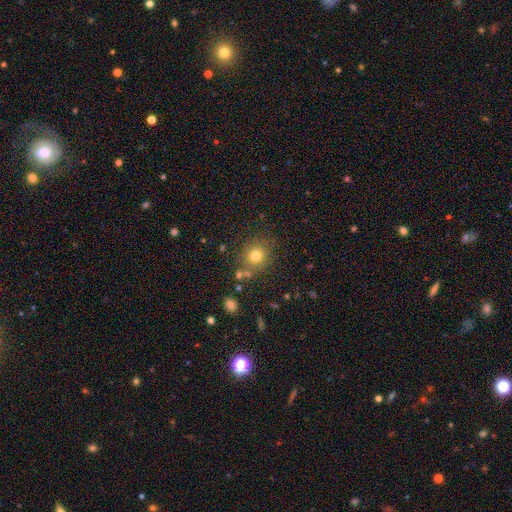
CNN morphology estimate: smooth_or_featured: smooth (p=0.76) [alt: star or artifact p=0.15]
how_rounded: round (p=0.86) [alt: in between p=0.13]
merging: none (p=0.79) [alt: minor disturbance p=0.10]